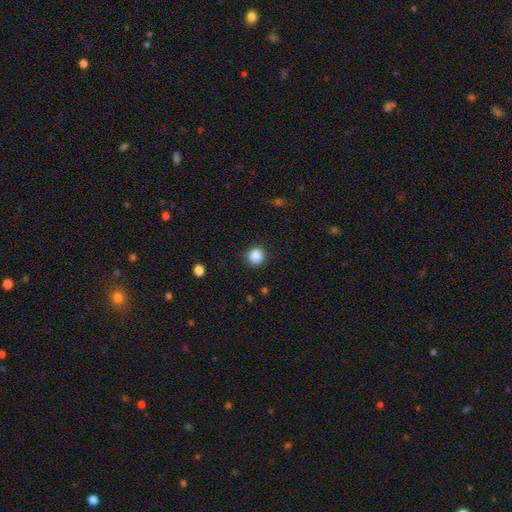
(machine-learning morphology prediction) Smooth or featured? Predicted: smooth (p=0.87). How rounded? Predicted: round (p=0.88). Merging? Predicted: none (p=0.88).